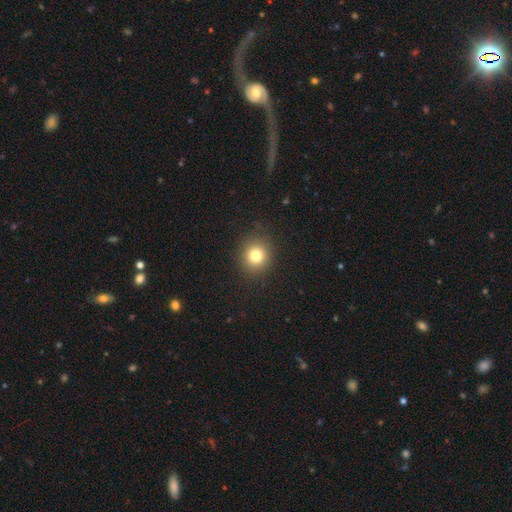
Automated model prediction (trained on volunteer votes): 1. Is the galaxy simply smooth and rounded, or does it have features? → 80% smooth, 13% star or artifact, 7% featured or disk.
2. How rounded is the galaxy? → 86% round, 13% in between, 1% cigar-shaped.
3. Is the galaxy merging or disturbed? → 89% none, 7% minor disturbance, 3% major disturbance, 1% merger.